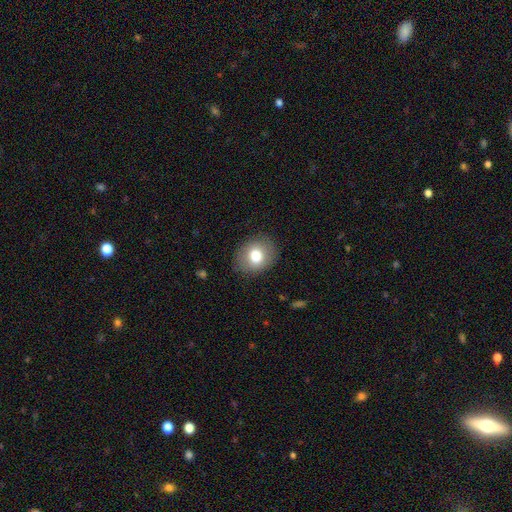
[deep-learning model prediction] This is likely a smooth galaxy (77%). How rounded: possibly round (59%). Merging: clearly none (87%).